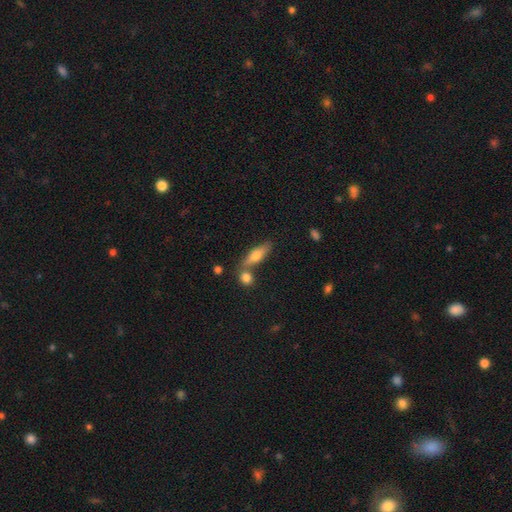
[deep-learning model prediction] This appears to be a smooth galaxy with no disk features (62%) that is cigar-shaped (54%). Merging: none (62%).